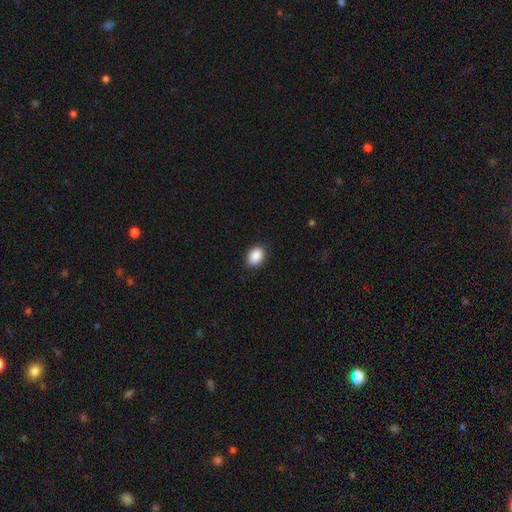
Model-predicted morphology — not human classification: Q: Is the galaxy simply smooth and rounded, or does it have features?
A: smooth — 90%.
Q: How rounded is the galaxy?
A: in between — 75%.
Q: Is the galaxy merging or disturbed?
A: none — 87%.